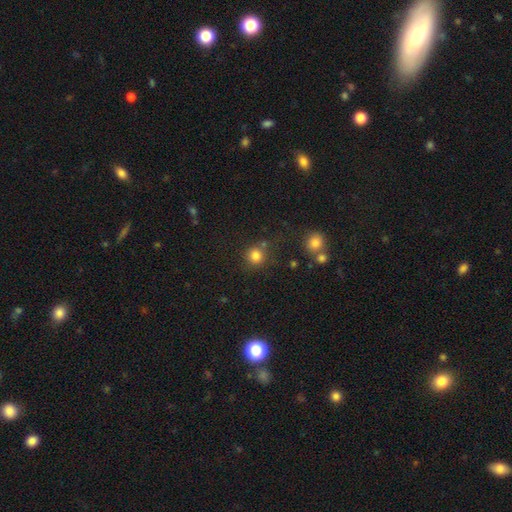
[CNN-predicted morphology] smooth 81%, star or artifact 13%, featured or disk 6%. Down the decision tree: how rounded — round (91%); merging — none (75%).